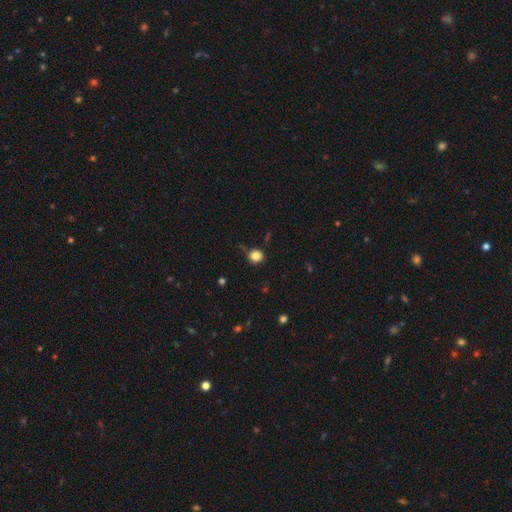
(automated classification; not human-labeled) The model was most divided on "merging": none: 77%, minor disturbance: 17%, major disturbance: 4%, merger: 3%. More confident: how rounded — round (85%); smooth or featured — smooth (84%).